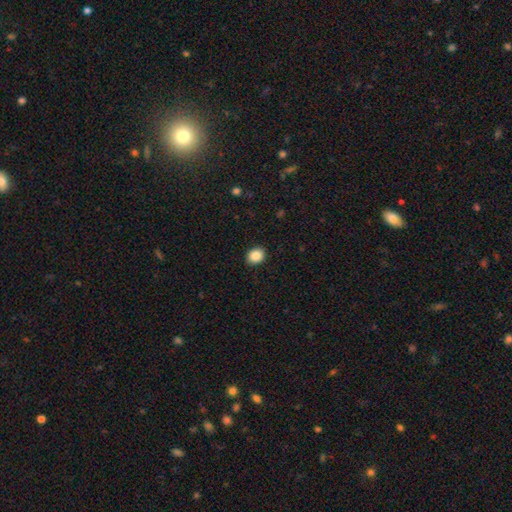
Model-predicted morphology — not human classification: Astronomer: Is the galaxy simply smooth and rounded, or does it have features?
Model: smooth — 88%.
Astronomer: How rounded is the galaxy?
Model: round — 55% (runner-up: in between, 44%).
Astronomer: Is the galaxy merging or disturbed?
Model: none — 91%.